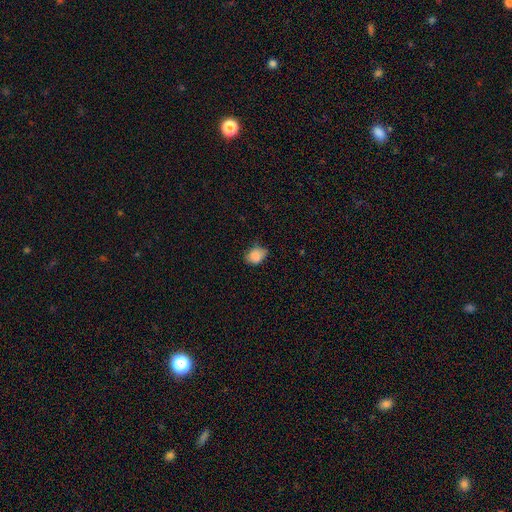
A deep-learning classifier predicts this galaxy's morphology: A smooth galaxy with no disk features (86%) that is in between round and cigar-shaped (62%). Merging: none (60%).